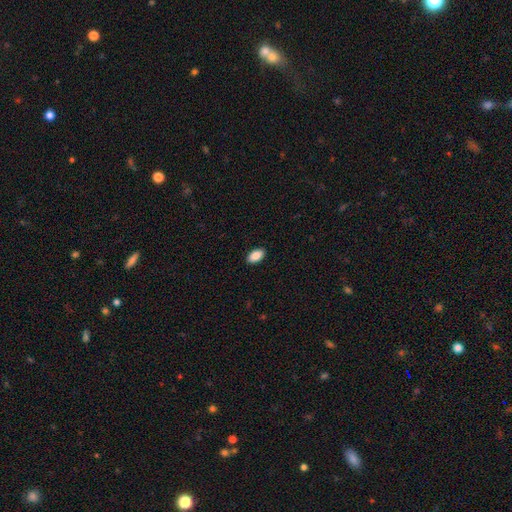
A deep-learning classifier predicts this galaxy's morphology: A smooth galaxy with no disk features (89%) that is in between round and cigar-shaped (94%). Merging: none (90%).